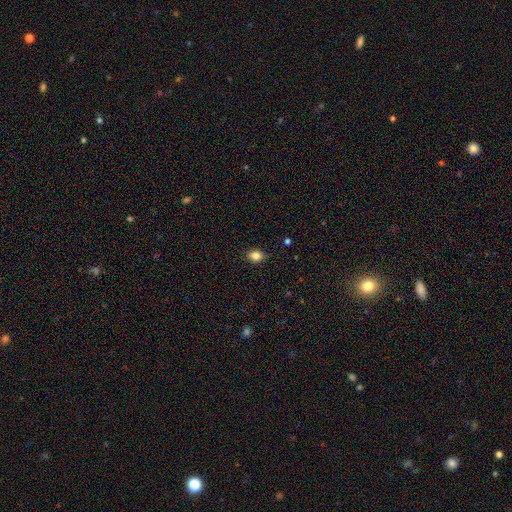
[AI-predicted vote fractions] The model was most divided on "how rounded": in between: 61%, round: 38%, cigar-shaped: 1%. More confident: merging — none (88%); smooth or featured — smooth (84%).